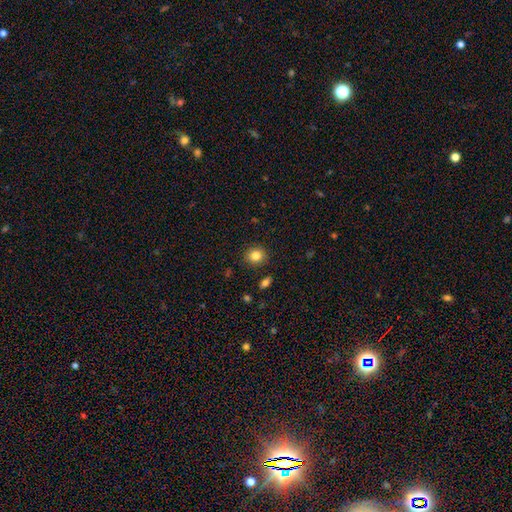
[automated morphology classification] A smooth galaxy with no disk features (84%) that is round (83%). Merging: none (88%).